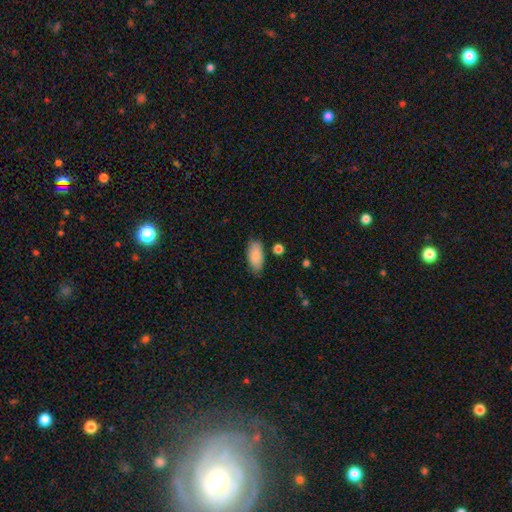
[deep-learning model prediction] Smooth or featured? Predicted: smooth (p=0.85). How rounded? Predicted: in between (p=0.92). Merging? Predicted: none (p=0.79).